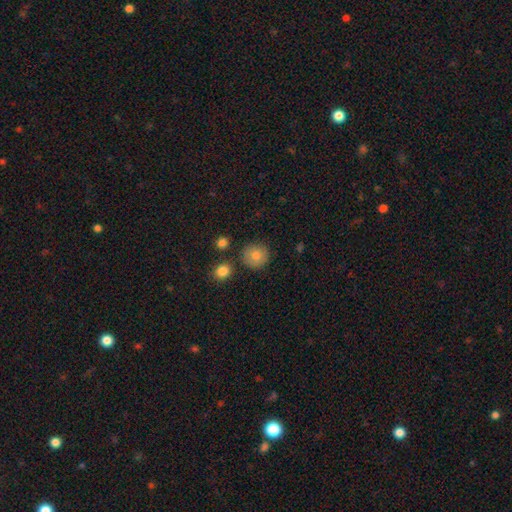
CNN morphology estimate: This is clearly a smooth galaxy (81%). How rounded: clearly round (91%). Merging: clearly none (82%).